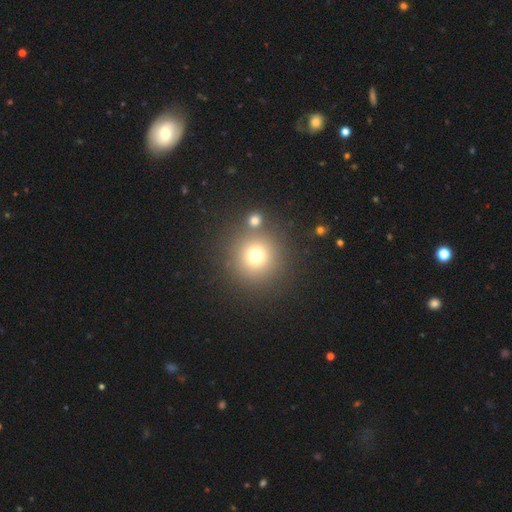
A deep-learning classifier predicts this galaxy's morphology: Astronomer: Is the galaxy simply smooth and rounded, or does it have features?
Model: smooth — 71%.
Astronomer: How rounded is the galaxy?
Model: round — 95%.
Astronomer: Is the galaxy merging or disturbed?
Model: none — 77%.